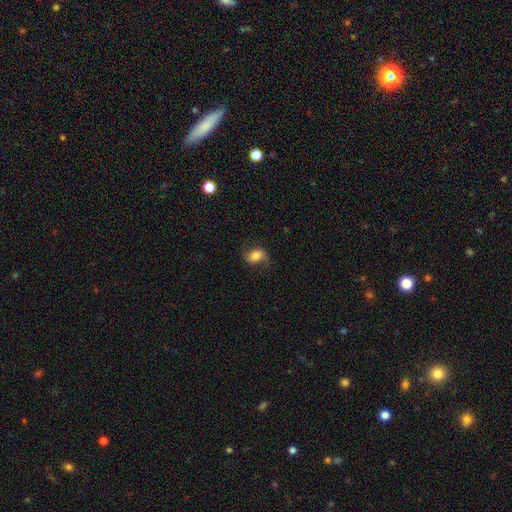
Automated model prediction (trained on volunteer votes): Smooth or featured? Predicted: smooth (p=0.56). How rounded? Predicted: in between (p=0.73). Merging? Predicted: none (p=0.71).